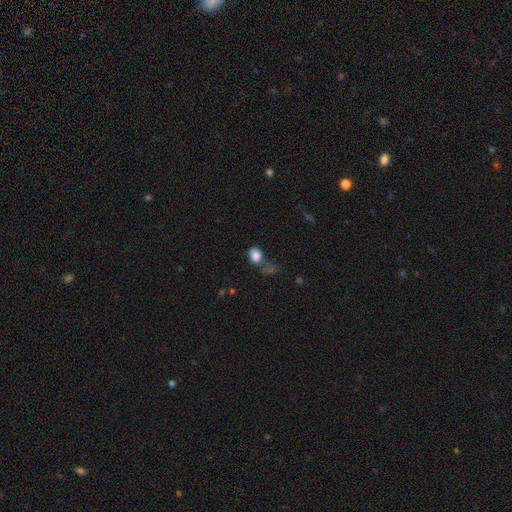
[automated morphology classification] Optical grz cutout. It shows a smooth galaxy with no disk features (82%) that is in between round and cigar-shaped (66%). Merging: none (40%).